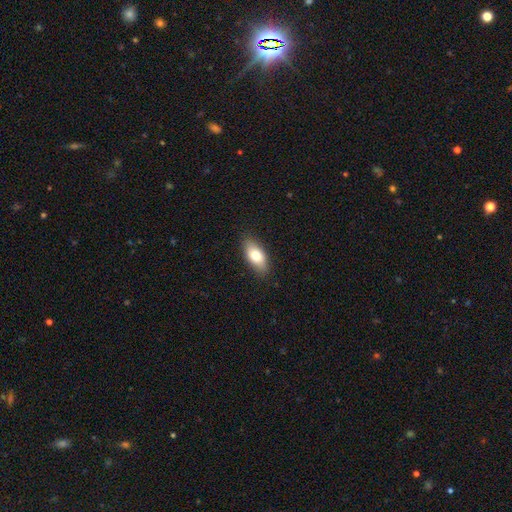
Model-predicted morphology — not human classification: Smooth or featured? Predicted: smooth (p=0.77). How rounded? Predicted: in between (p=0.87). Merging? Predicted: none (p=0.86).